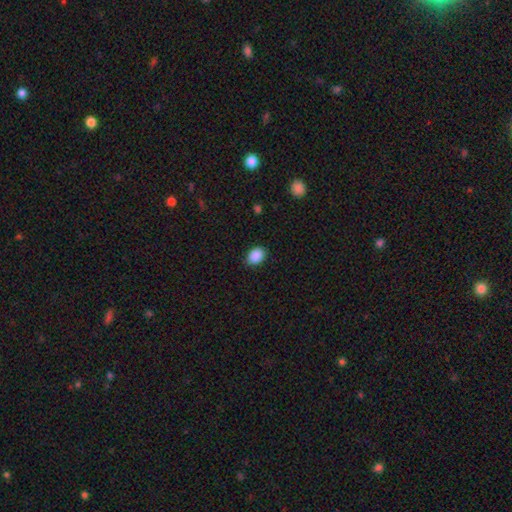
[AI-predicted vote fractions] Smooth or featured? Predicted: smooth (p=0.89). How rounded? Predicted: in between (p=0.74). Merging? Predicted: none (p=0.85).